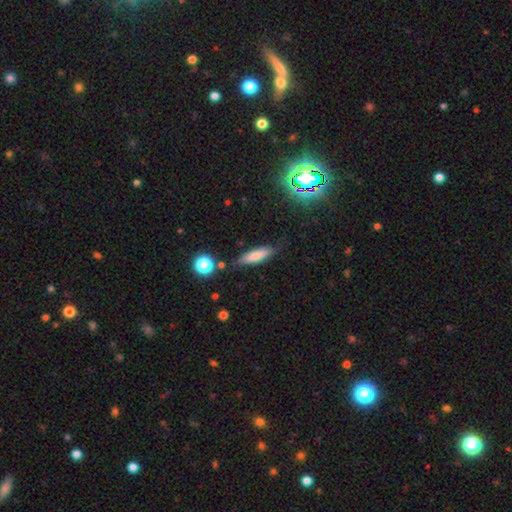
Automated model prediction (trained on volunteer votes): smooth-or-featured: smooth: 74% | featured or disk: 17% | star or artifact: 9%
  how-rounded: cigar-shaped: 64% | in between: 33% | round: 2%
  merging: none: 78% | minor disturbance: 15% | major disturbance: 4% | merger: 3%